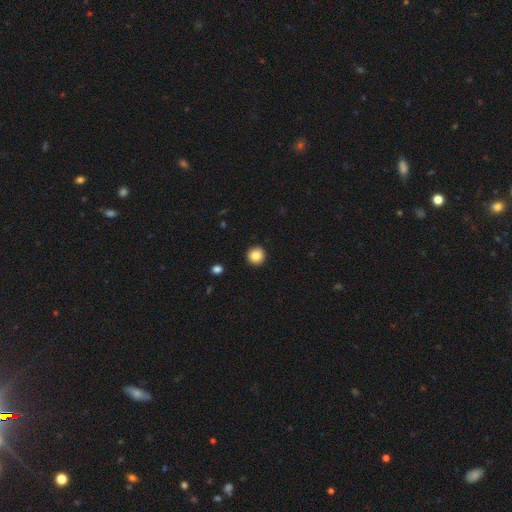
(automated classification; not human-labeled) Smooth or featured: smooth — 85% (star or artifact — 9%)
How rounded: round — 95% (in between — 5%)
Merging: none — 93% (minor disturbance — 5%)